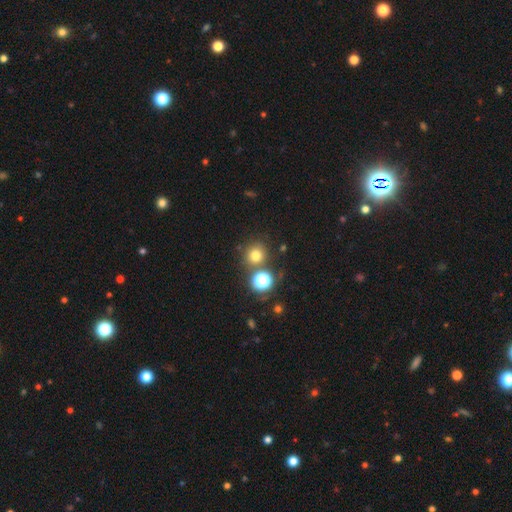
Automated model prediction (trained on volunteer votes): A smooth galaxy with no disk features (72%) that is round (90%).

Vote fractions:
- Smooth or featured? smooth: 72% / star or artifact: 20% / featured or disk: 8%
- How rounded? round: 90% / in between: 9% / cigar-shaped: 1%
- Merging? none: 76% / merger: 12% / minor disturbance: 8% / major disturbance: 3%